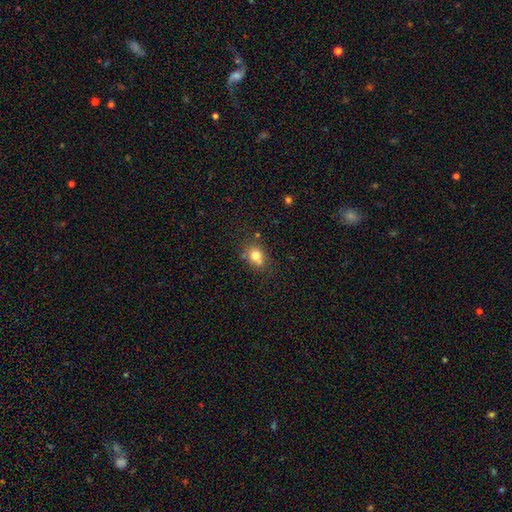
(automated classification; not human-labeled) smooth_or_featured: smooth (p=0.77) [alt: star or artifact p=0.12]
how_rounded: round (p=0.51) [alt: in between p=0.48]
merging: none (p=0.62) [alt: minor disturbance p=0.18]